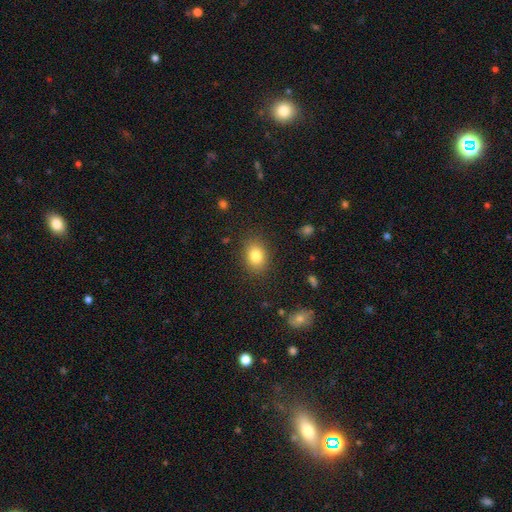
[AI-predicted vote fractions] The model was most divided on "how rounded": in between: 63%, round: 36%, cigar-shaped: 1%. More confident: merging — none (86%); smooth or featured — smooth (81%).